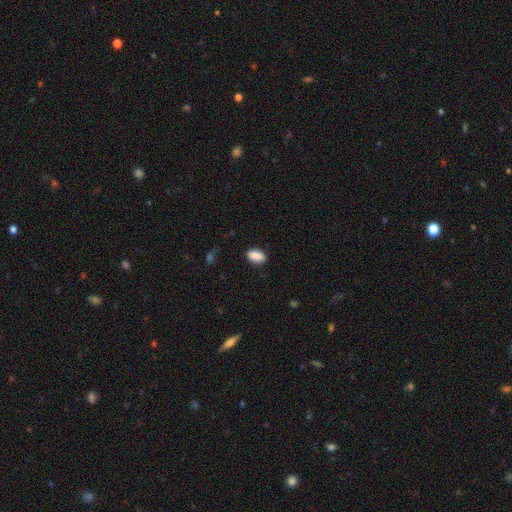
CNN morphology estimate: Smooth or featured?
  - smooth: 89% *
  - star or artifact: 7%
  - featured or disk: 4%
How rounded?
  - in between: 92% *
  - round: 6%
  - cigar-shaped: 3%
Merging?
  - none: 84% *
  - minor disturbance: 12%
  - major disturbance: 3%
  - merger: 1%